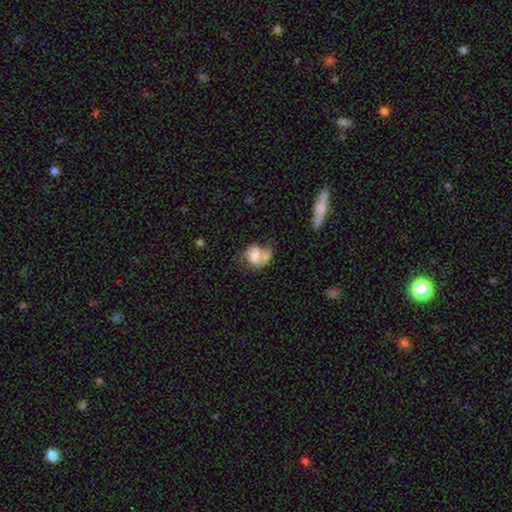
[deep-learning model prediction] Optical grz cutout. It shows a smooth galaxy with no disk features (59%) that is in between round and cigar-shaped (67%). Merging: merger (51%).